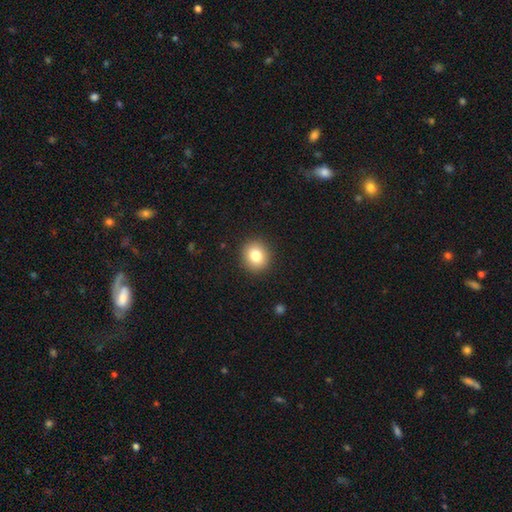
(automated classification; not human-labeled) Smooth or featured: smooth — 82% (star or artifact — 10%)
How rounded: round — 84% (in between — 15%)
Merging: none — 91% (minor disturbance — 6%)